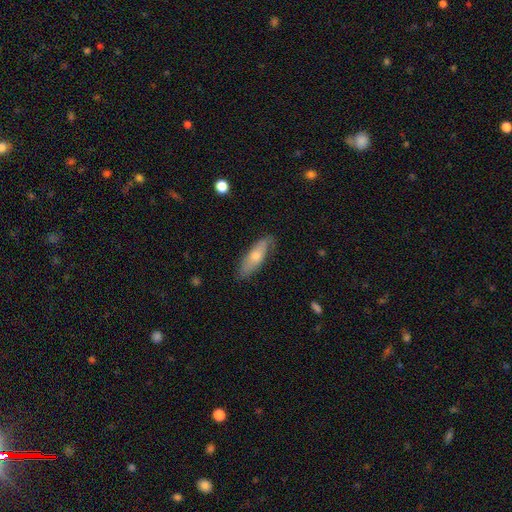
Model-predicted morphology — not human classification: type=smooth (56%); roundness=cigar-shaped (54%); merging=none (80%).